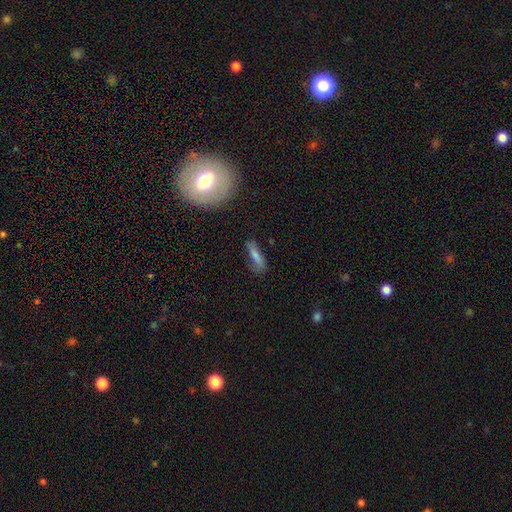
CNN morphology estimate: smooth_or_featured: smooth (p=0.65) [alt: featured or disk p=0.25]
how_rounded: cigar-shaped (p=0.58) [alt: in between p=0.39]
merging: none (p=0.64) [alt: minor disturbance p=0.24]